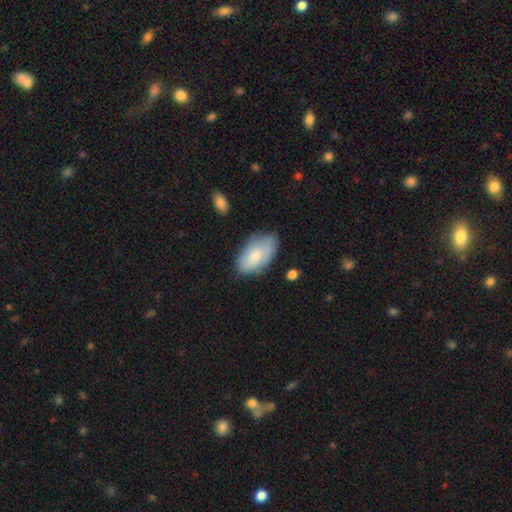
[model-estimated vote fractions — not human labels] A smooth galaxy with no disk features (68%) that is in between round and cigar-shaped (94%).

Vote fractions:
- Smooth or featured? smooth: 68% / featured or disk: 26% / star or artifact: 6%
- How rounded? in between: 94% / round: 4% / cigar-shaped: 2%
- Merging? none: 70% / minor disturbance: 23% / major disturbance: 5% / merger: 2%